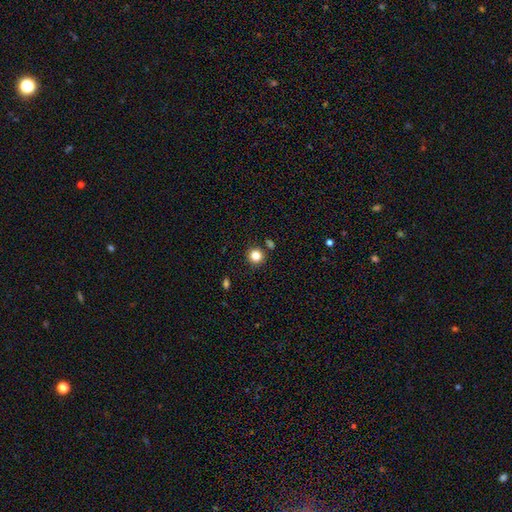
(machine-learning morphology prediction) type=smooth (83%); roundness=round (93%); merging=none (87%).